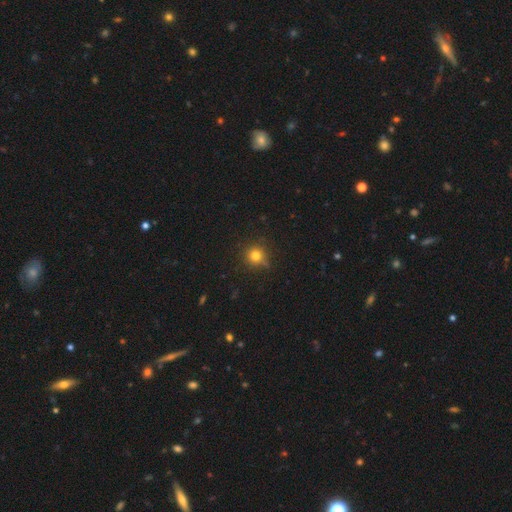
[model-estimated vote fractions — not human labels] The model was most divided on "smooth or featured": smooth: 77%, star or artifact: 16%, featured or disk: 7%. More confident: how rounded — round (92%); merging — none (79%).